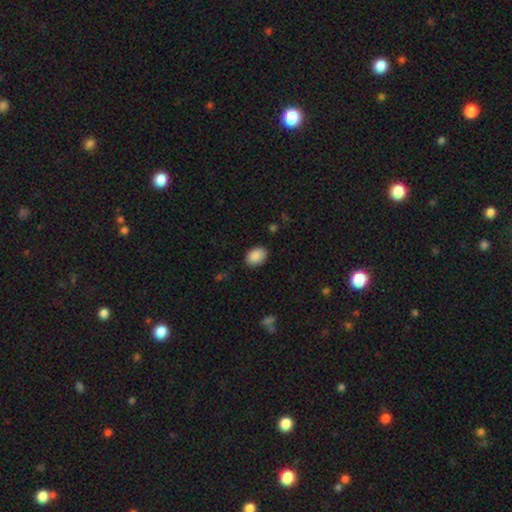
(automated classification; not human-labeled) The model was most divided on "how rounded": in between: 78%, round: 22%, cigar-shaped: 1%. More confident: smooth or featured — smooth (90%); merging — none (86%).